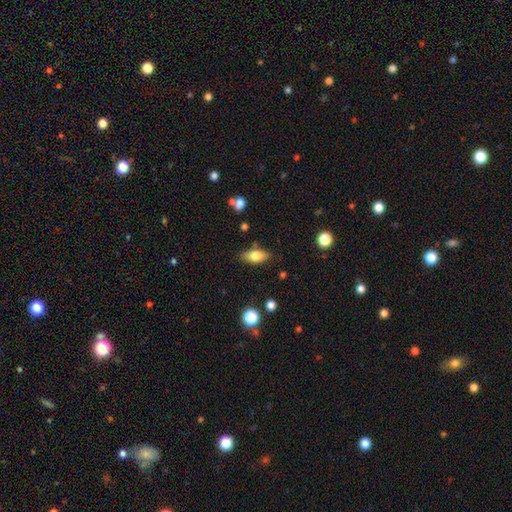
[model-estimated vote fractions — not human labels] Smooth or featured? smooth (75%)
How rounded? in between (85%)
Merging? none (81%)